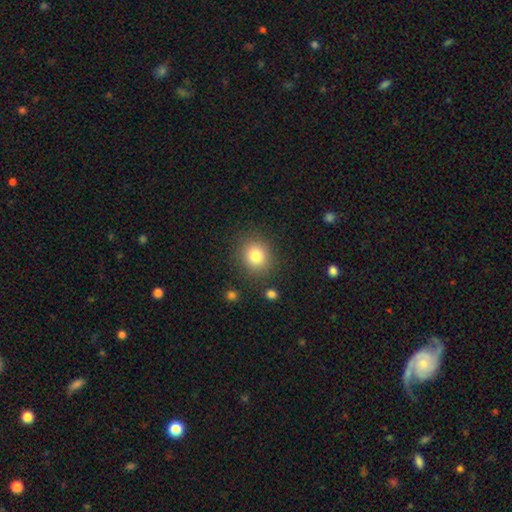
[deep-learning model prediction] Smooth or featured? Predicted: smooth (p=0.82). How rounded? Predicted: round (p=0.81). Merging? Predicted: none (p=0.86).